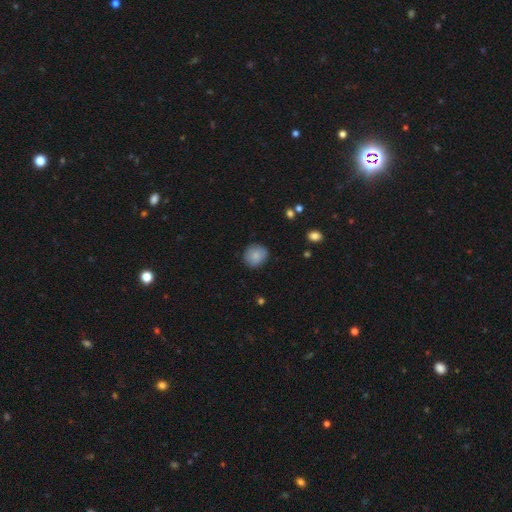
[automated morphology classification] The model was most divided on "how rounded": round: 83%, in between: 16%, cigar-shaped: 1%. More confident: smooth or featured — smooth (85%); merging — none (83%).